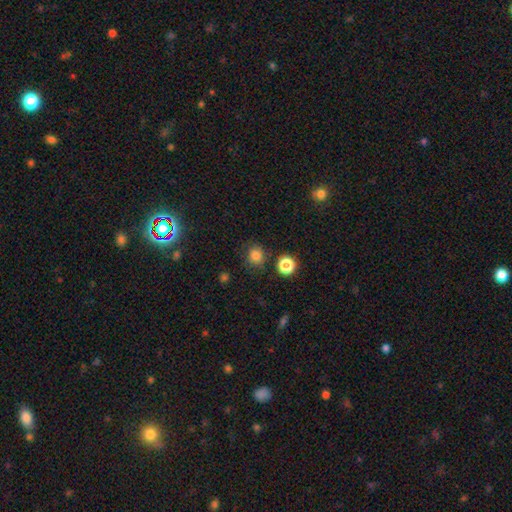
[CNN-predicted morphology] Smooth or featured: smooth — 80% (star or artifact — 15%)
How rounded: round — 82% (in between — 17%)
Merging: none — 82% (minor disturbance — 11%)